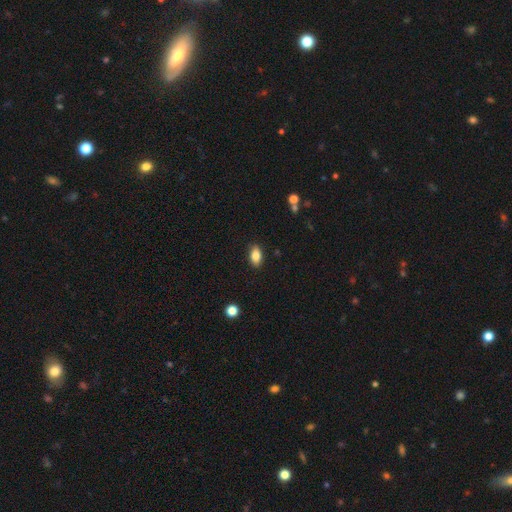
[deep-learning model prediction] smooth-or-featured: smooth: 85% | star or artifact: 8% | featured or disk: 7%
  how-rounded: in between: 89% | round: 7% | cigar-shaped: 4%
  merging: none: 88% | minor disturbance: 9% | major disturbance: 2% | merger: 1%